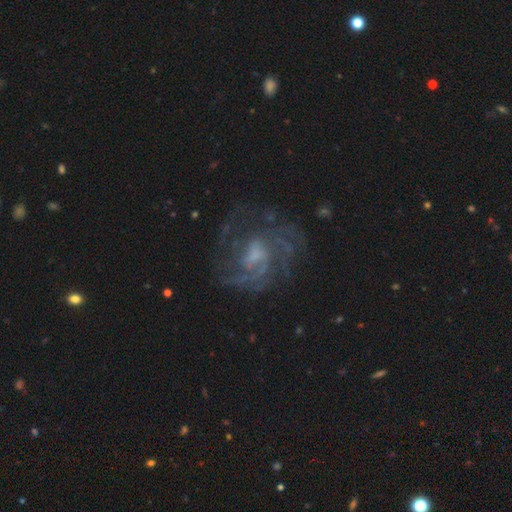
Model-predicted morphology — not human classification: smooth-or-featured: featured or disk: 84% | star or artifact: 8% | smooth: 7%
  disk-edge-on: no: 97% | yes: 3%
    bar: weak: 46% | no: 44% | strong: 10%
    has-spiral-arms: yes: 94% | no: 6%
      spiral-winding: medium: 44% | tight: 42% | loose: 14%
      spiral-arm-count: can't tell: 30% | 3: 24% | 4: 16% | 2: 15% | more than 4: 8% | 1: 7%
    bulge-size: moderate: 35% | small: 34% | none: 23% | large: 7% | dominant: 1%
  merging: none: 65% | major disturbance: 17% | minor disturbance: 16% | merger: 2%